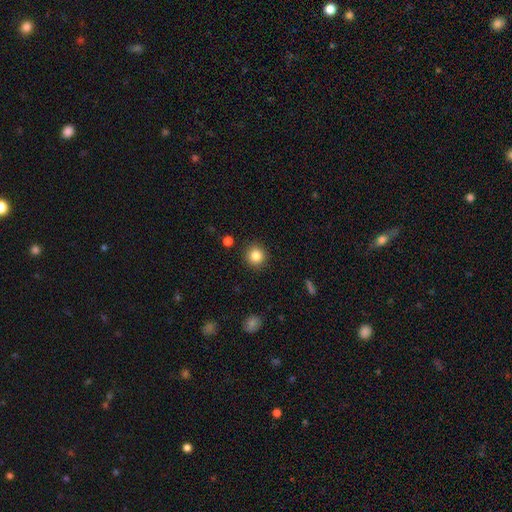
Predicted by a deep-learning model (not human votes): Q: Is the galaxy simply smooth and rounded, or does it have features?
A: smooth — 84%.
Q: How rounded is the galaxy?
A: round — 93%.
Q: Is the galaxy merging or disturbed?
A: none — 91%.